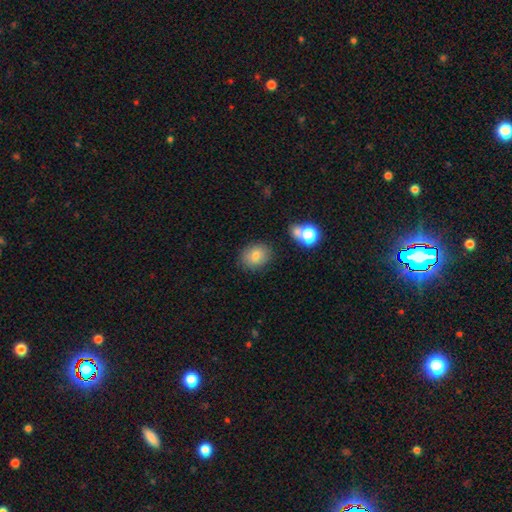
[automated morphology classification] A smooth galaxy with no disk features (79%) that is round (58%).

Vote fractions:
- Smooth or featured? smooth: 79% / star or artifact: 11% / featured or disk: 10%
- How rounded? round: 58% / in between: 41% / cigar-shaped: 1%
- Merging? none: 80% / minor disturbance: 12% / merger: 4% / major disturbance: 4%